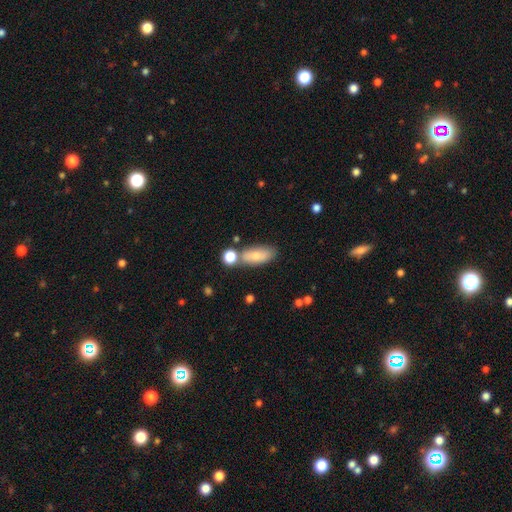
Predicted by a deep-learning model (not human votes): smooth-or-featured: smooth: 76% | featured or disk: 16% | star or artifact: 7%
  how-rounded: in between: 80% | cigar-shaped: 16% | round: 4%
  merging: none: 64% | minor disturbance: 17% | merger: 15% | major disturbance: 5%